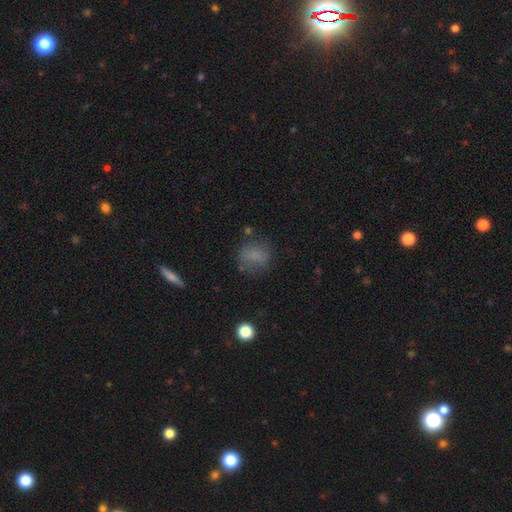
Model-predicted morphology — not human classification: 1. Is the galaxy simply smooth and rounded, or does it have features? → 72% smooth, 15% featured or disk, 13% star or artifact.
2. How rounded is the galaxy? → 70% round, 28% in between, 1% cigar-shaped.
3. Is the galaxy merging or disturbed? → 66% none, 21% minor disturbance, 10% major disturbance, 3% merger.